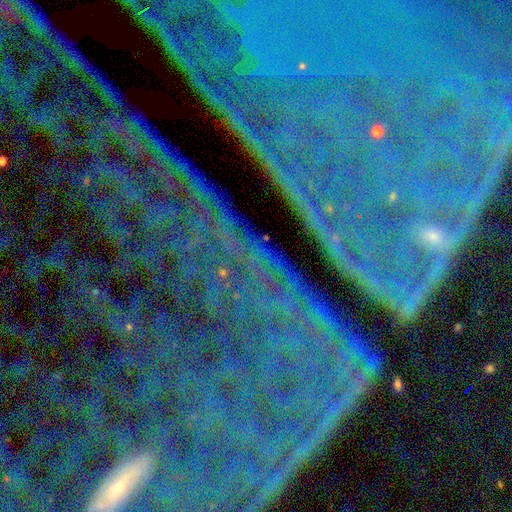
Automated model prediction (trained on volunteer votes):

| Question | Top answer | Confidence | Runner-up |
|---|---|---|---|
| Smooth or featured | star or artifact | 86% | featured or disk (8%) |